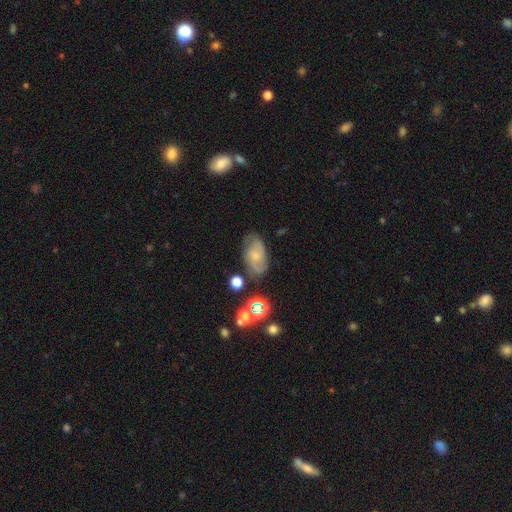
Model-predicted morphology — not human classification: Smooth or featured?
  - featured or disk: 54% *
  - smooth: 35%
  - star or artifact: 10%
Edge-on disk?
  - no: 95% *
  - yes: 5%
Bar?
  - no: 66% *
  - weak: 29%
  - strong: 5%
Spiral arms?
  - yes: 84% *
  - no: 16%
Bulge size?
  - small: 61% *
  - moderate: 23%
  - none: 12%
  - large: 2%
  - dominant: 1%
Merging?
  - none: 69% *
  - minor disturbance: 21%
  - major disturbance: 7%
  - merger: 4%